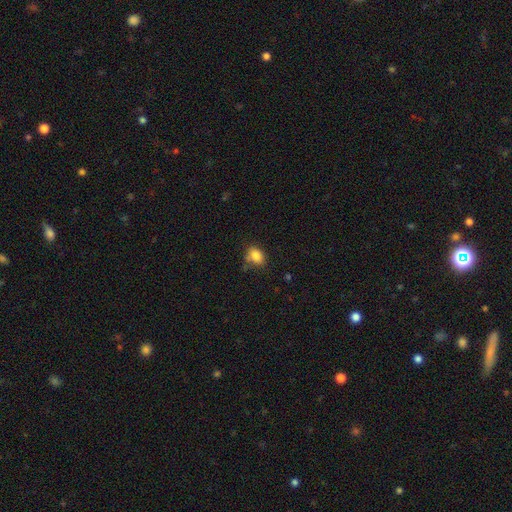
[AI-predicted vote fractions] Q: Smooth or featured?
A: smooth (84%); runner-up: star or artifact (10%)
Q: How rounded?
A: in between (74%); runner-up: round (24%)
Q: Merging?
A: none (63%); runner-up: minor disturbance (23%)